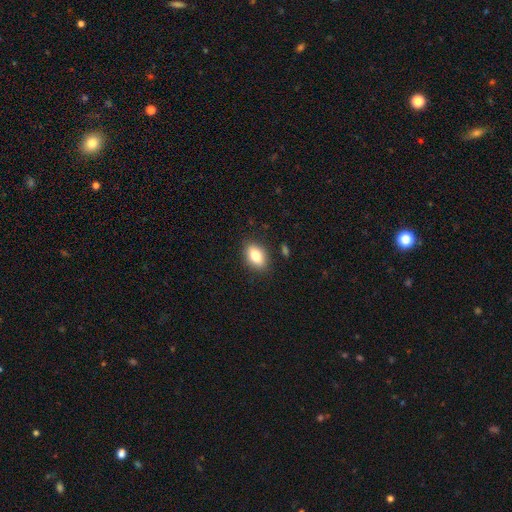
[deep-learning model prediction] smooth-or-featured: smooth: 81% | featured or disk: 11% | star or artifact: 8%
  how-rounded: in between: 85% | round: 12% | cigar-shaped: 3%
  merging: none: 86% | minor disturbance: 10% | major disturbance: 2% | merger: 1%